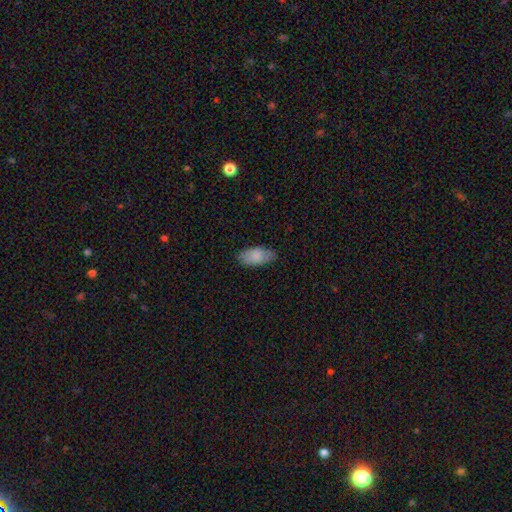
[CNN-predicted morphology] This is clearly a smooth galaxy (83%). How rounded: clearly in between (92%). Merging: likely none (79%).